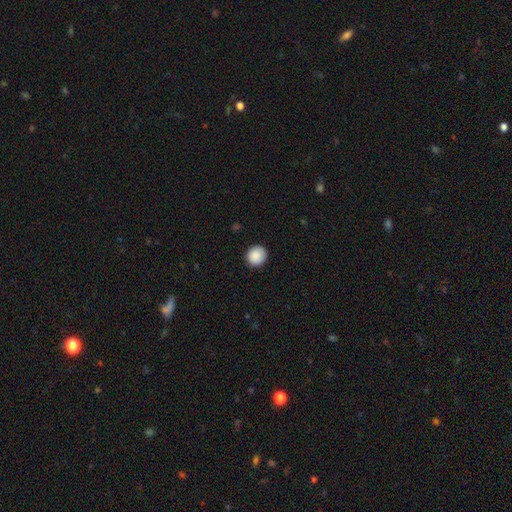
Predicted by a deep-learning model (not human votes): This appears to be a smooth galaxy with no disk features (89%) that is round (90%). Merging: none (90%).